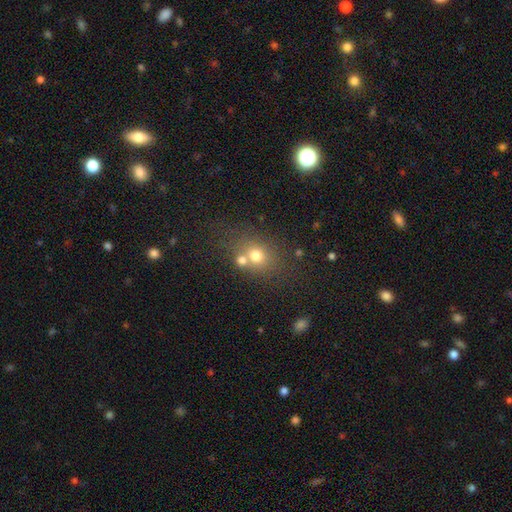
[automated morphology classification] A smooth galaxy with no disk features (69%) that is round (63%).

Vote fractions:
- Smooth or featured? smooth: 69% / featured or disk: 15% / star or artifact: 15%
- How rounded? round: 63% / in between: 36% / cigar-shaped: 1%
- Merging? none: 49% / merger: 35% / minor disturbance: 10% / major disturbance: 5%